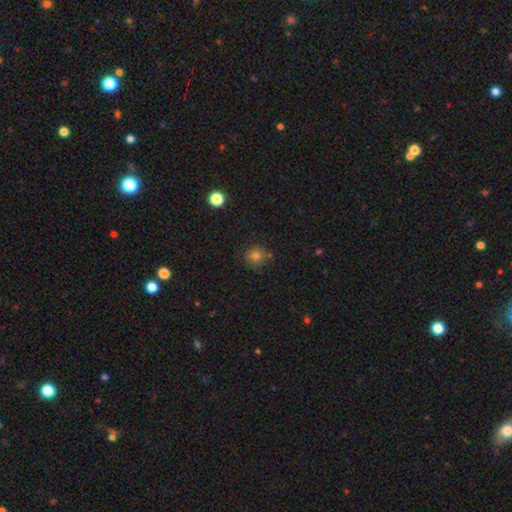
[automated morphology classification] smooth_or_featured: smooth (p=0.77) [alt: star or artifact p=0.14]
how_rounded: round (p=0.91) [alt: in between p=0.08]
merging: none (p=0.80) [alt: minor disturbance p=0.12]